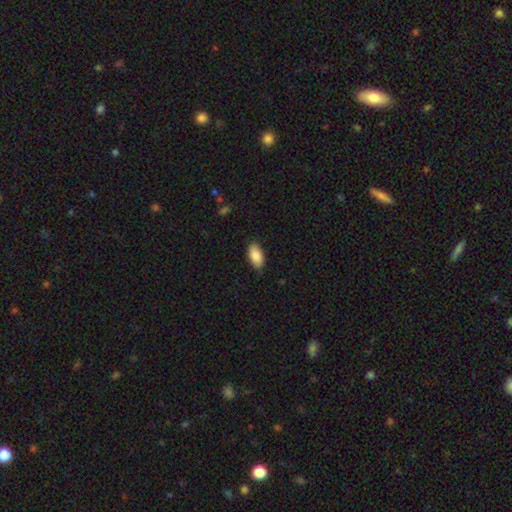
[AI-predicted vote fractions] A smooth galaxy with no disk features (88%) that is in between round and cigar-shaped (93%). Merging: none (83%).